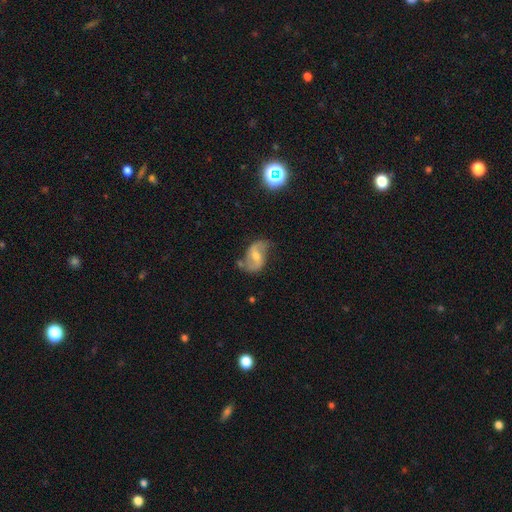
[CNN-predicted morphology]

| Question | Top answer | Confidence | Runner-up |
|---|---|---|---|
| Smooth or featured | featured or disk | 73% | smooth (19%) |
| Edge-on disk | no | 97% | yes (3%) |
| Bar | weak | 52% | no (25%) |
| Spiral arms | yes | 89% | no (11%) |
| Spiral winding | loose | 58% | medium (33%) |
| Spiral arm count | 2 | 88% | can't tell (6%) |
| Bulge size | moderate | 55% | small (33%) |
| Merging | none | 60% | minor disturbance (25%) |